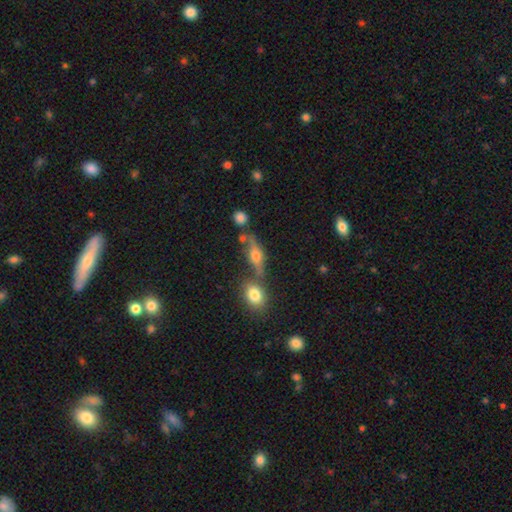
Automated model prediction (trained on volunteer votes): Smooth or featured: featured or disk — 58% (smooth — 31%)
Edge-on disk: yes — 86% (no — 14%)
Merging: none — 63% (merger — 17%)